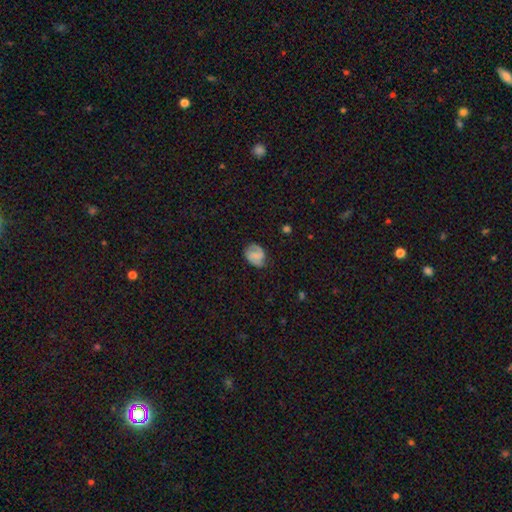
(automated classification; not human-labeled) smooth-or-featured: smooth: 51% | featured or disk: 40% | star or artifact: 9%
  how-rounded: in between: 50% | round: 49% | cigar-shaped: 1%
  merging: none: 66% | minor disturbance: 24% | major disturbance: 8% | merger: 2%